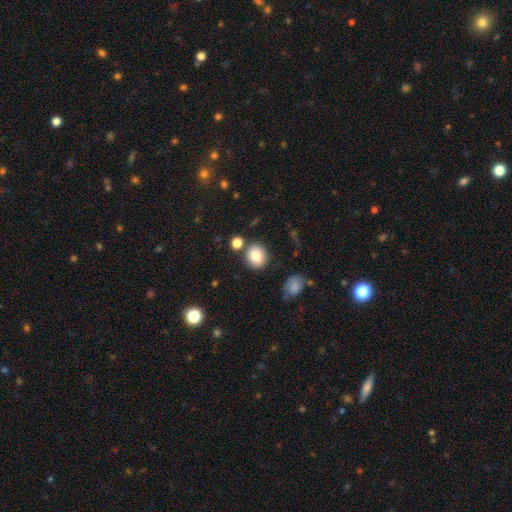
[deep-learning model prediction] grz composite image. It shows a smooth galaxy with no disk features (83%) that is round (73%). Merging: none (79%).